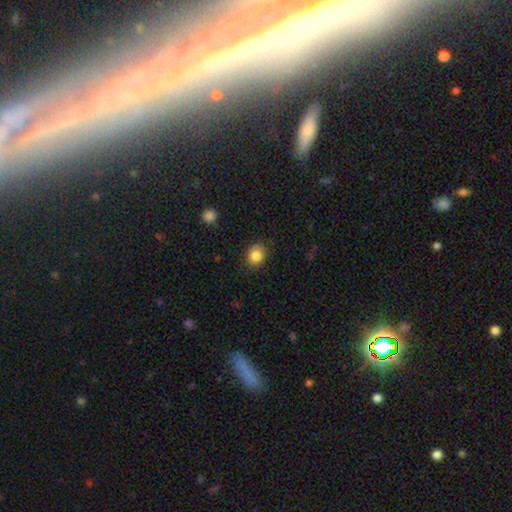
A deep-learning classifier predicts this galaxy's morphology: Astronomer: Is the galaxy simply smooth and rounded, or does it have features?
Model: smooth — 85%.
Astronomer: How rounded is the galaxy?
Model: round — 64%.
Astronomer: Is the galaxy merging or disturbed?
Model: none — 82%.